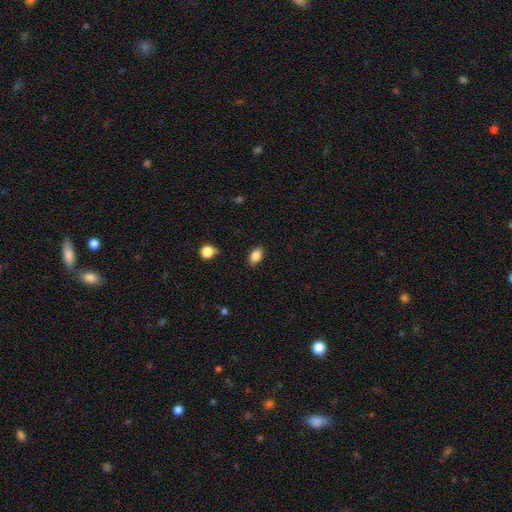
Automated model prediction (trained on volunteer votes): Smooth or featured?
  - smooth: 86% *
  - star or artifact: 9%
  - featured or disk: 6%
How rounded?
  - in between: 86% *
  - round: 12%
  - cigar-shaped: 2%
Merging?
  - none: 85% *
  - minor disturbance: 11%
  - major disturbance: 3%
  - merger: 1%